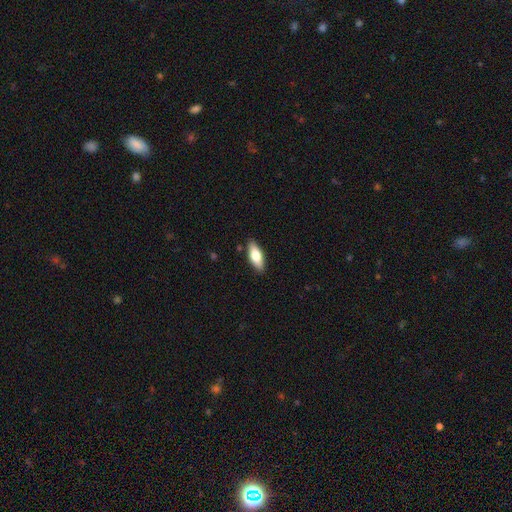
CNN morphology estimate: type=smooth (70%); roundness=in between (72%); merging=none (88%).